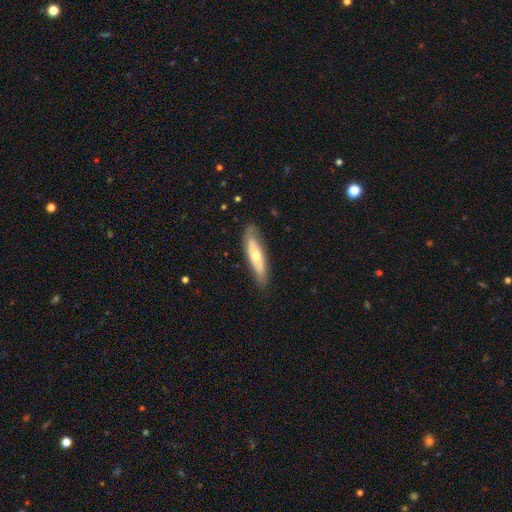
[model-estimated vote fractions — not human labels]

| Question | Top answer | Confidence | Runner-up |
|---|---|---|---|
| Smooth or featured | featured or disk | 55% | smooth (39%) |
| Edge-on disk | yes | 52% | no (48%) |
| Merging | none | 80% | minor disturbance (15%) |